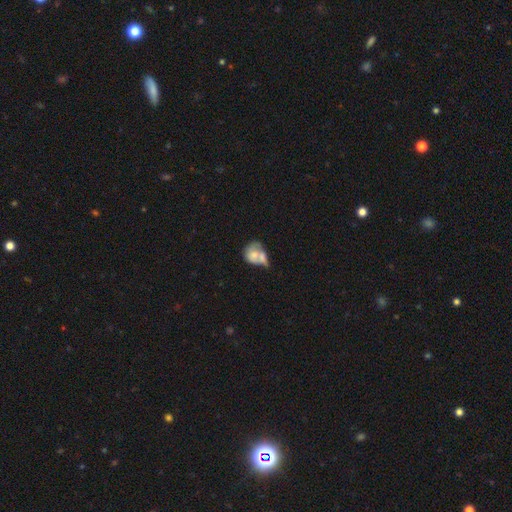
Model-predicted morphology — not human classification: type=smooth (63%); roundness=round (56%); merging=merger (58%).